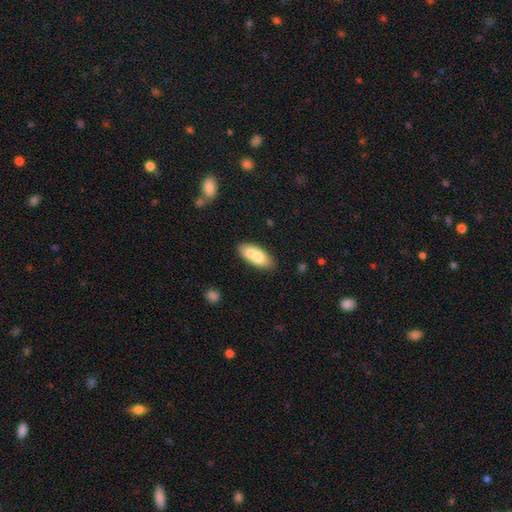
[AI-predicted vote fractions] Smooth or featured: smooth — 69% (featured or disk — 24%)
How rounded: in between — 83% (cigar-shaped — 13%)
Merging: none — 45% (merger — 38%)